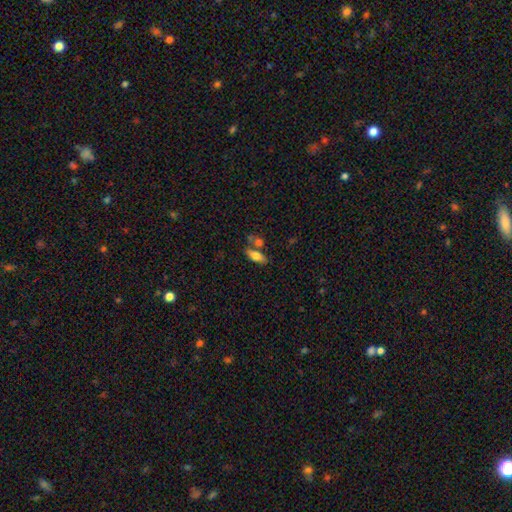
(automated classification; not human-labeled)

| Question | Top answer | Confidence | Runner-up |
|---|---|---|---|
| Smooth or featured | smooth | 69% | featured or disk (24%) |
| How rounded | in between | 73% | cigar-shaped (24%) |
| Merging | none | 59% | merger (23%) |